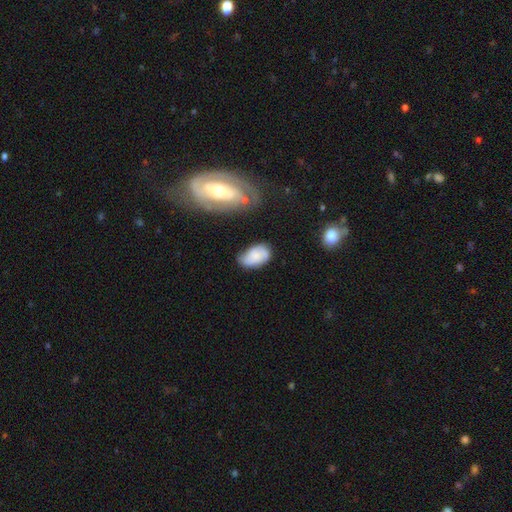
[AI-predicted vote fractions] Smooth or featured: smooth — 57% (featured or disk — 34%)
How rounded: in between — 91% (round — 7%)
Merging: none — 58% (minor disturbance — 29%)